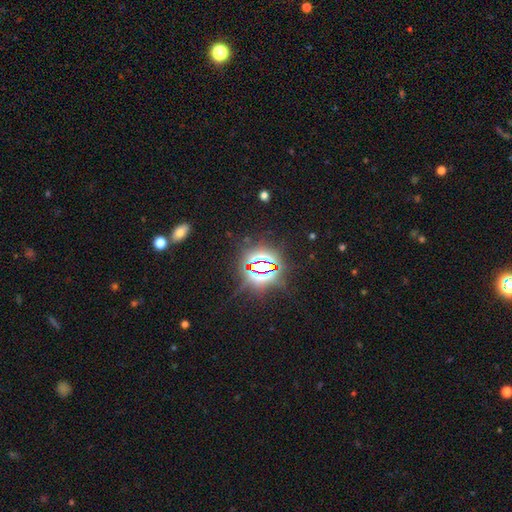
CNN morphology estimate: The model was most divided on "smooth or featured": star or artifact: 84%, smooth: 10%, featured or disk: 7%.